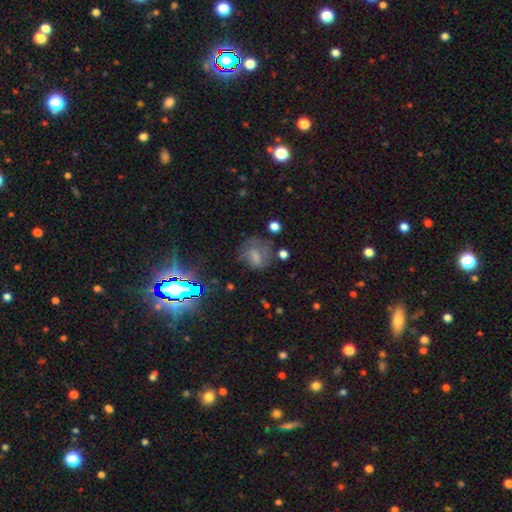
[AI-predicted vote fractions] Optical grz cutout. It shows a smooth galaxy with no disk features (52%) that is round (59%). Merging: none (48%).